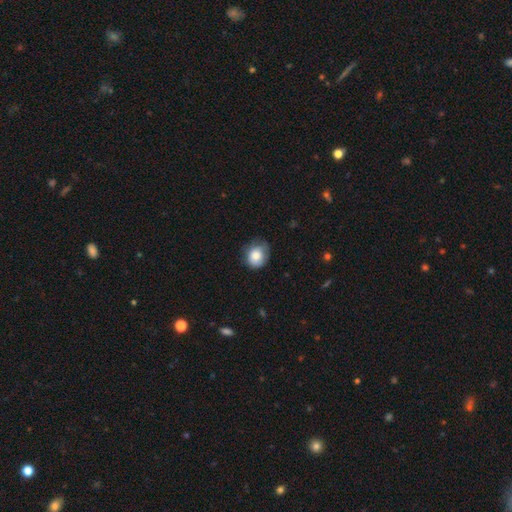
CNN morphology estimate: smooth 80%, featured or disk 12%, star or artifact 8%. Down the decision tree: how rounded — round (72%); merging — none (63%).